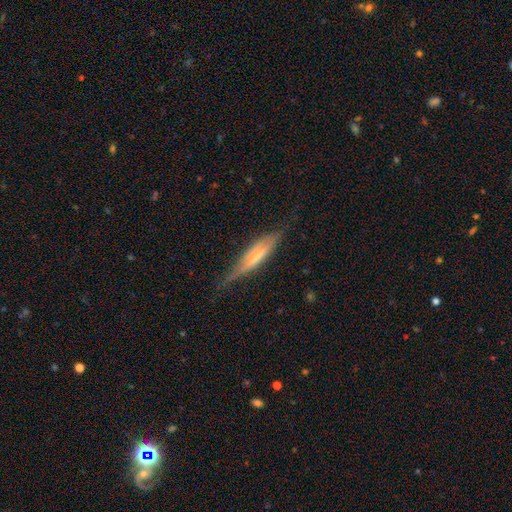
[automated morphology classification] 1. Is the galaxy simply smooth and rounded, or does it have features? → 63% featured or disk, 30% smooth, 7% star or artifact.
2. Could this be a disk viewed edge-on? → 90% yes, 10% no.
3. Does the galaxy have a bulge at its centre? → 42% rounded, 31% none, 27% boxy.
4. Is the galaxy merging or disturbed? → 71% none, 21% minor disturbance, 6% major disturbance, 2% merger.